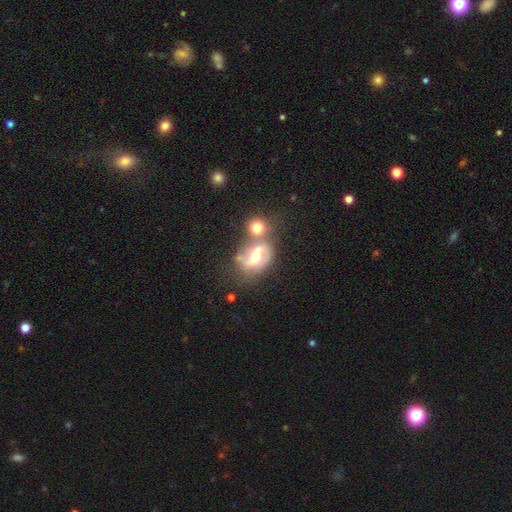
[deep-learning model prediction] smooth-or-featured: featured or disk: 65% | smooth: 25% | star or artifact: 10%
  disk-edge-on: no: 95% | yes: 5%
    bar: weak: 44% | strong: 33% | no: 23%
    has-spiral-arms: yes: 78% | no: 22%
    bulge-size: moderate: 63% | small: 17% | large: 15% | none: 3% | dominant: 2%
  merging: merger: 39% | none: 36% | minor disturbance: 15% | major disturbance: 10%